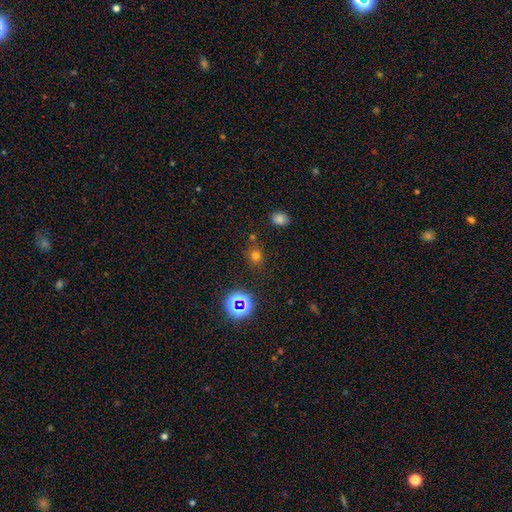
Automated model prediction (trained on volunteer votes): Smooth or featured? smooth (66%)
How rounded? round (78%)
Merging? none (78%)